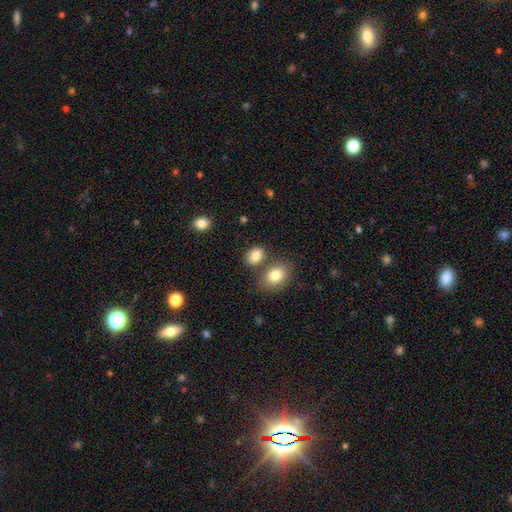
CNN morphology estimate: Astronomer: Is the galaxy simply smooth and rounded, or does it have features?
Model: smooth — 83%.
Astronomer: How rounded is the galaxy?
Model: in between — 70%.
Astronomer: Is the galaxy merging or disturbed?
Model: none — 67%.